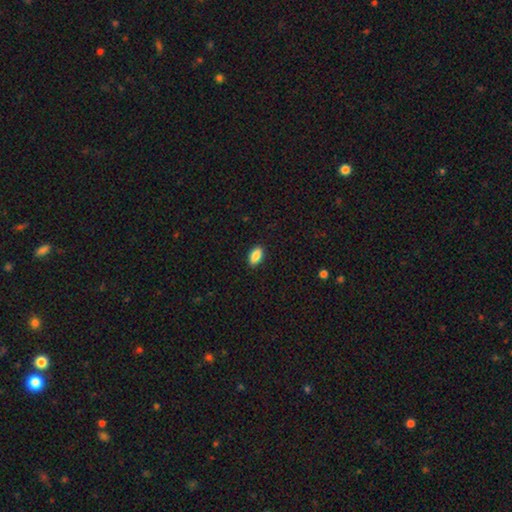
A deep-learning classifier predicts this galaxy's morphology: smooth_or_featured: smooth (p=0.88) [alt: star or artifact p=0.07]
how_rounded: in between (p=0.91) [alt: cigar-shaped p=0.05]
merging: none (p=0.89) [alt: minor disturbance p=0.08]